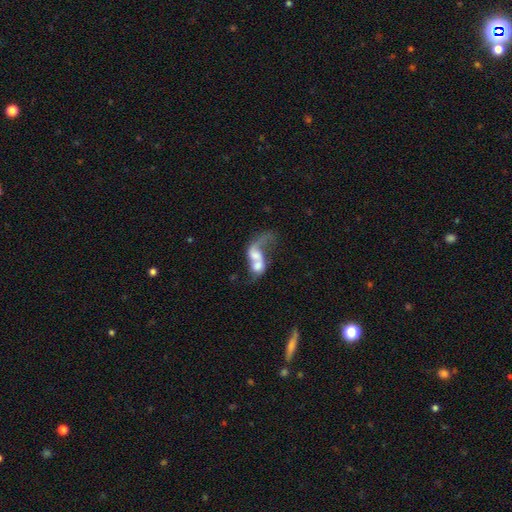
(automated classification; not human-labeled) smooth-or-featured: featured or disk: 55% | smooth: 36% | star or artifact: 9%
  disk-edge-on: no: 95% | yes: 5%
    bar: no: 67% | weak: 24% | strong: 8%
    has-spiral-arms: yes: 63% | no: 37%
    bulge-size: large: 27% | moderate: 26% | none: 22% | small: 17% | dominant: 8%
  merging: merger: 72% | major disturbance: 15% | none: 9% | minor disturbance: 4%